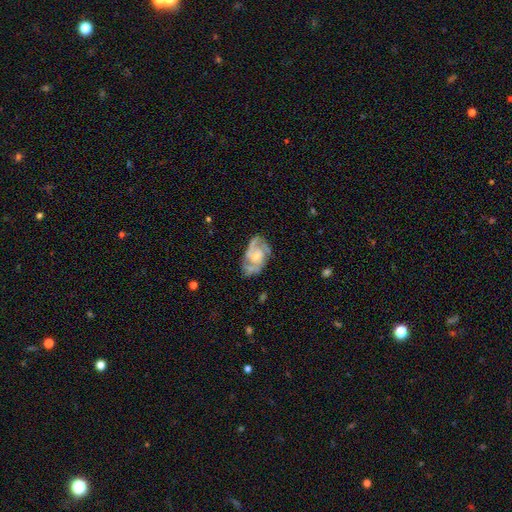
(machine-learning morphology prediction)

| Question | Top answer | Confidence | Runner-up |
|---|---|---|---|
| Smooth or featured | featured or disk | 83% | smooth (11%) |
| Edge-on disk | no | 97% | yes (3%) |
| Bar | no | 66% | weak (29%) |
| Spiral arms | yes | 93% | no (7%) |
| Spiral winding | medium | 46% | tight (40%) |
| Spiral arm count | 2 | 42% | 3 (26%) |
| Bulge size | small | 54% | moderate (37%) |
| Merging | none | 63% | minor disturbance (23%) |